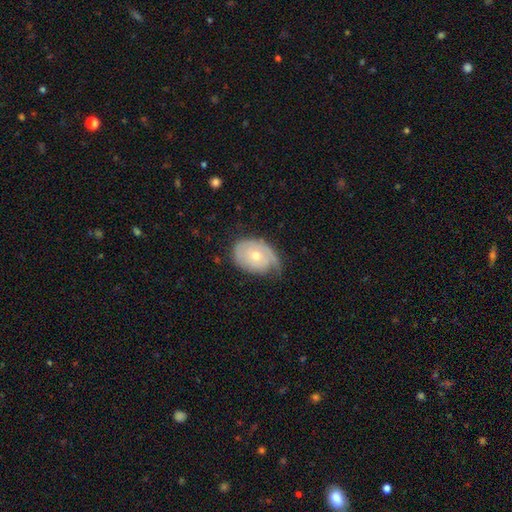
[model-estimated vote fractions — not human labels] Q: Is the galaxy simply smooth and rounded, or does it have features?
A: featured or disk — 56%.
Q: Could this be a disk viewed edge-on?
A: no — 95%.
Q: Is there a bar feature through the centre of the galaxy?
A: no — 83%.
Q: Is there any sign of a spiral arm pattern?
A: yes — 70%.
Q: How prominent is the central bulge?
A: moderate — 53%.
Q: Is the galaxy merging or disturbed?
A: none — 46%.